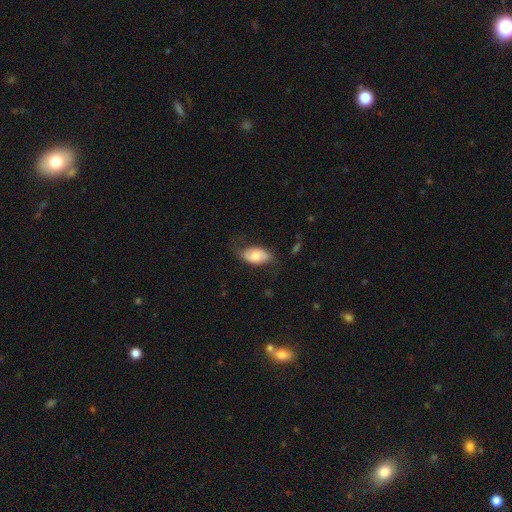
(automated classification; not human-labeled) Q: Smooth or featured?
A: smooth (61%); runner-up: featured or disk (33%)
Q: How rounded?
A: in between (93%); runner-up: round (5%)
Q: Merging?
A: none (63%); runner-up: minor disturbance (24%)